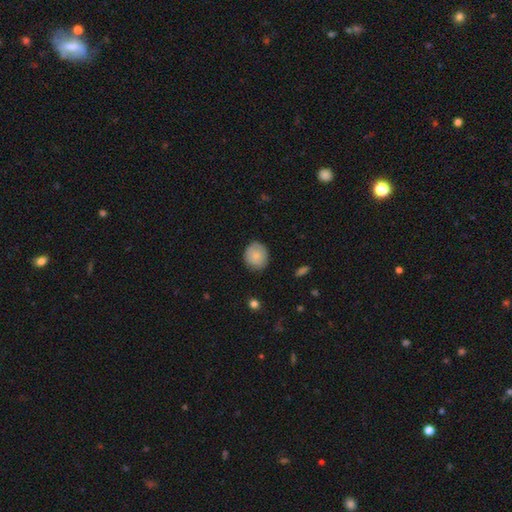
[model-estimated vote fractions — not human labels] Overall: smooth (79%). How rounded: round (73%). Merging: none (80%).